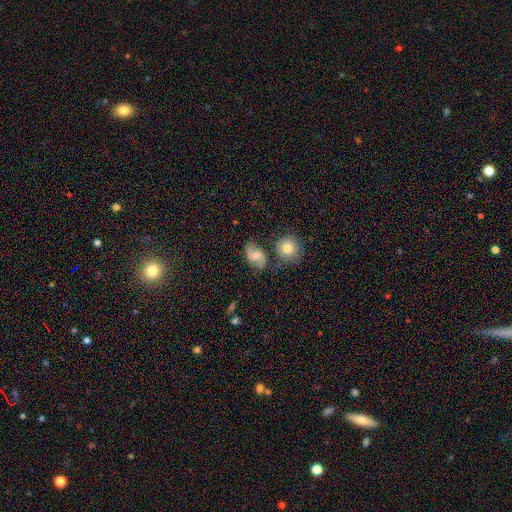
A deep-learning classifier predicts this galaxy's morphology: A featured or disk galaxy (52%).

Vote fractions:
- Smooth or featured? featured or disk: 52% / smooth: 39% / star or artifact: 10%
- Edge-on disk? no: 96% / yes: 4%
- Merging? none: 70% / minor disturbance: 16% / merger: 8% / major disturbance: 5%